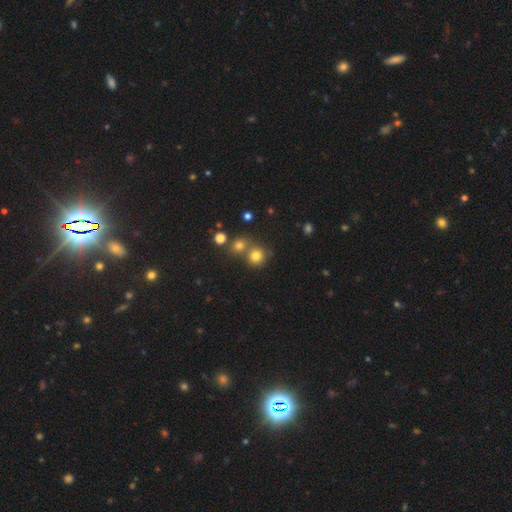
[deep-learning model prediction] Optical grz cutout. It shows a smooth galaxy with no disk features (77%) that is round (88%). Merging: none (60%).